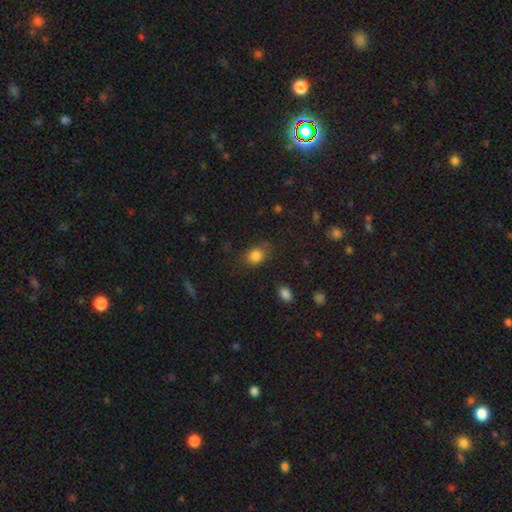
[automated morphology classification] A smooth galaxy with no disk features (83%) that is in between round and cigar-shaped (57%).

Vote fractions:
- Smooth or featured? smooth: 83% / star or artifact: 11% / featured or disk: 6%
- How rounded? in between: 57% / round: 42% / cigar-shaped: 1%
- Merging? none: 71% / minor disturbance: 20% / major disturbance: 7% / merger: 2%